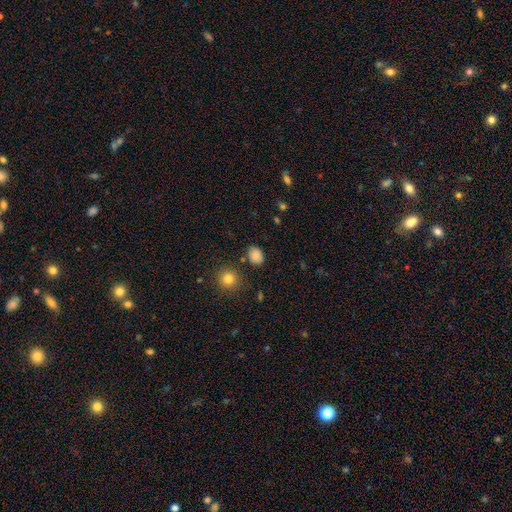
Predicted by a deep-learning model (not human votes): smooth_or_featured: smooth (p=0.84) [alt: star or artifact p=0.11]
how_rounded: in between (p=0.61) [alt: round p=0.38]
merging: none (p=0.81) [alt: minor disturbance p=0.12]